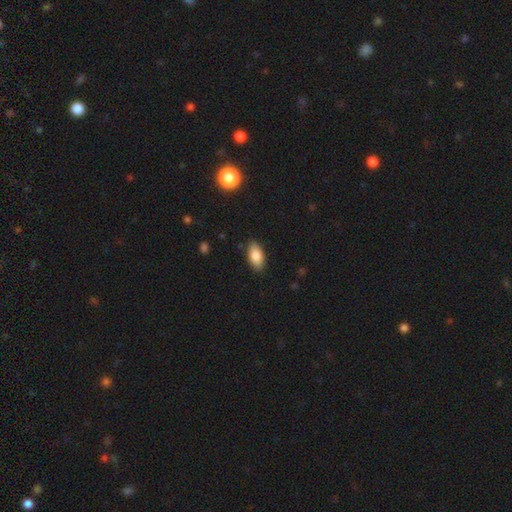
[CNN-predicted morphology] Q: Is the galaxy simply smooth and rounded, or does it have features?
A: smooth — 84%.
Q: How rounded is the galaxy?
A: in between — 91%.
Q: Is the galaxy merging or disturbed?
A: none — 87%.